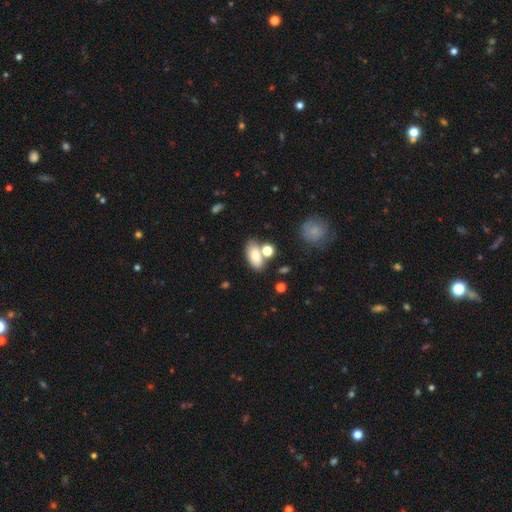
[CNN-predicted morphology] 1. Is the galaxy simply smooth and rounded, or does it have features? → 77% smooth, 13% featured or disk, 10% star or artifact.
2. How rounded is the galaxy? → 88% in between, 8% round, 4% cigar-shaped.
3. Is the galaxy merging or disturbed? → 57% none, 25% merger, 13% minor disturbance, 5% major disturbance.